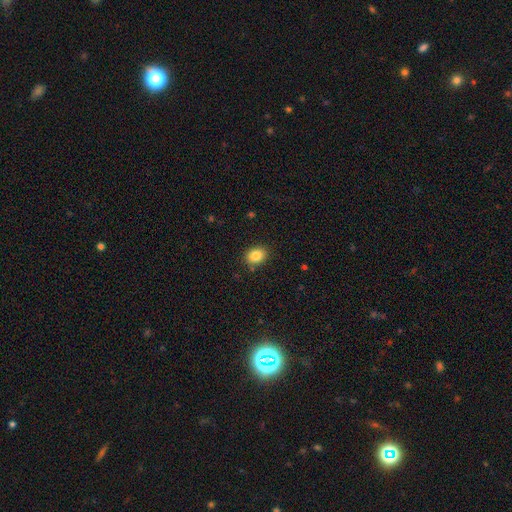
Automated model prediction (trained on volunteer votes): The model was most divided on "how rounded": in between: 64%, round: 35%, cigar-shaped: 1%. More confident: merging — none (86%); smooth or featured — smooth (85%).